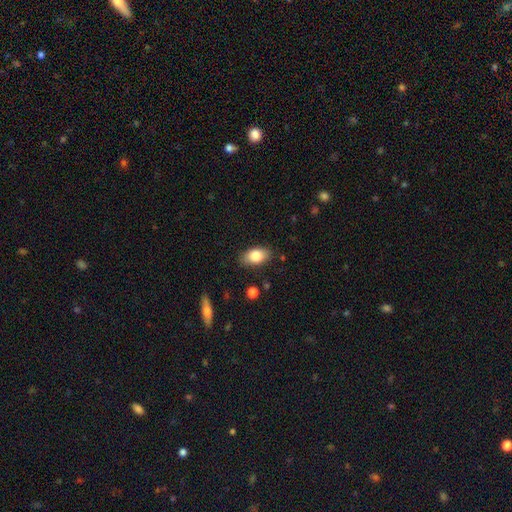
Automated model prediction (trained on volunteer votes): Morphology: type=smooth (82%); roundness=in between (90%); merging=none (84%).